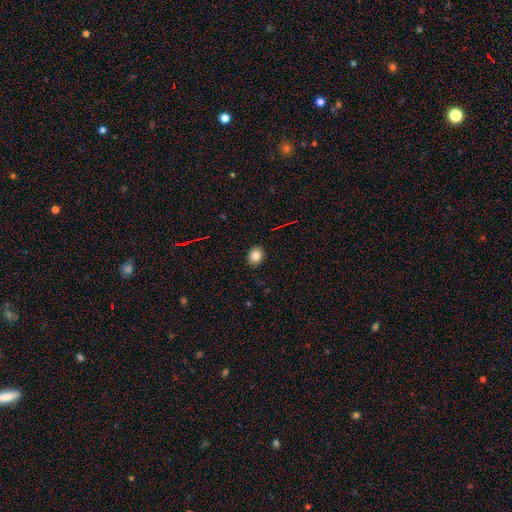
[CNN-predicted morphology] Overall: smooth (82%). How rounded: round (70%). Merging: none (90%).